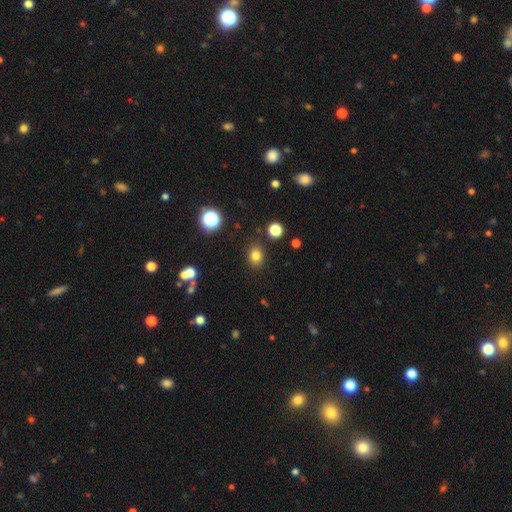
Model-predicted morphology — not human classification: smooth_or_featured: smooth (p=0.79) [alt: star or artifact p=0.14]
how_rounded: round (p=0.60) [alt: in between p=0.39]
merging: none (p=0.86) [alt: minor disturbance p=0.09]